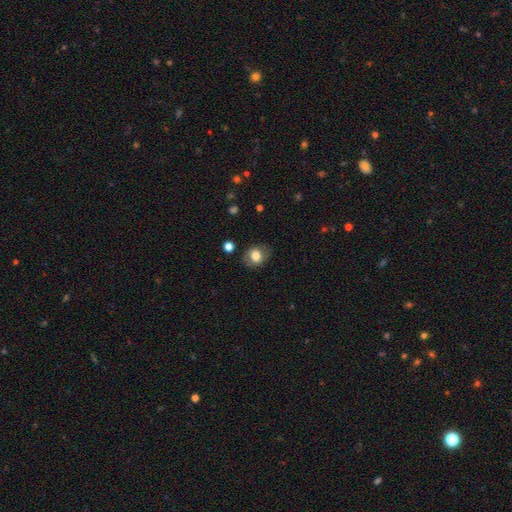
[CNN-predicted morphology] The model was most divided on "how rounded": round: 56%, in between: 43%, cigar-shaped: 1%. More confident: merging — none (79%); smooth or featured — smooth (73%).